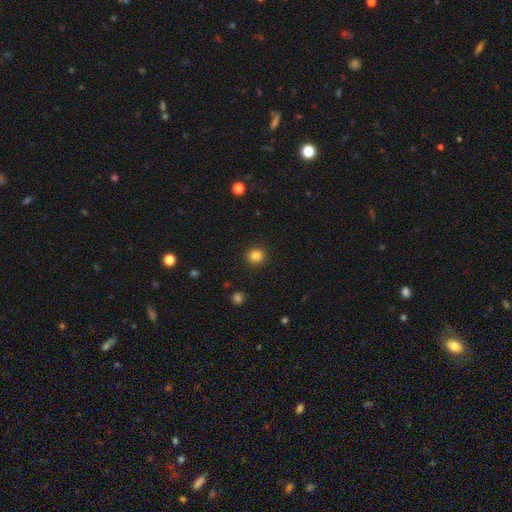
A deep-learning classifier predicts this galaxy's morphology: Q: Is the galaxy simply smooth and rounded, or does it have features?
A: smooth — 84%.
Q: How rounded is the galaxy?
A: round — 89%.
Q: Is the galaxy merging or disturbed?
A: none — 92%.